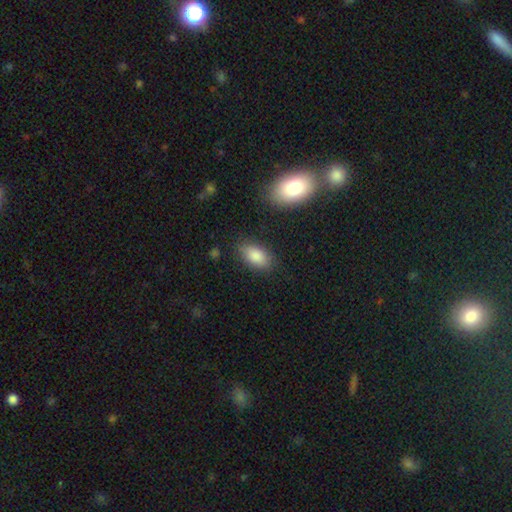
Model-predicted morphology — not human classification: Q: Smooth or featured?
A: smooth (86%); runner-up: star or artifact (7%)
Q: How rounded?
A: in between (92%); runner-up: round (5%)
Q: Merging?
A: none (82%); runner-up: minor disturbance (12%)